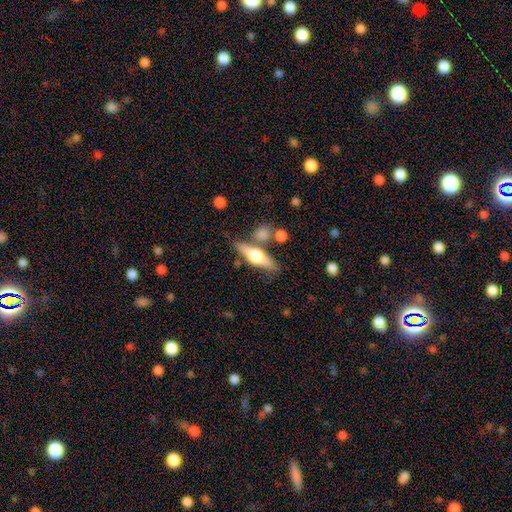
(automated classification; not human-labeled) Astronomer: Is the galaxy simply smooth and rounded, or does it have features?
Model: featured or disk — 55% (runner-up: smooth, 39%).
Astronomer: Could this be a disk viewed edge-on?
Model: yes — 91%.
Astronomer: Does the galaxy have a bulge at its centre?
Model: rounded — 93%.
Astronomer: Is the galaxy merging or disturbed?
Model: none — 71%.